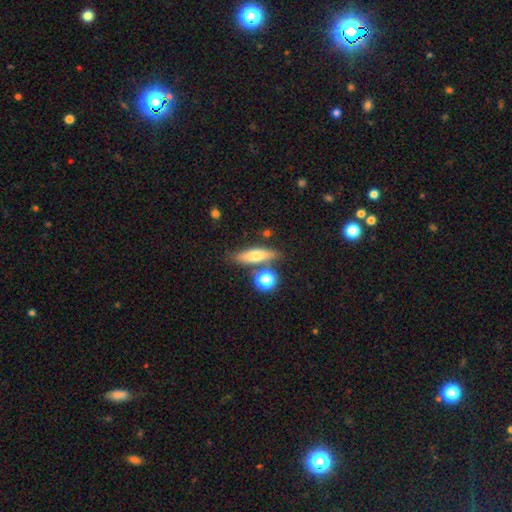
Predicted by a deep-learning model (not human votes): smooth-or-featured: smooth: 60% | featured or disk: 31% | star or artifact: 9%
  how-rounded: cigar-shaped: 60% | in between: 35% | round: 6%
  merging: none: 71% | merger: 13% | minor disturbance: 13% | major disturbance: 4%